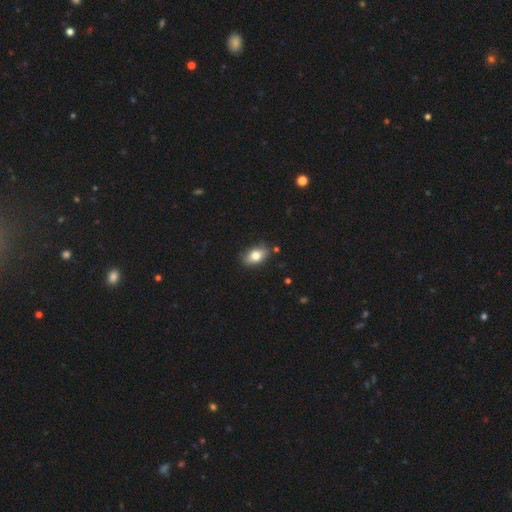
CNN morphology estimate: Smooth or featured: smooth — 78% (featured or disk — 13%)
How rounded: in between — 86% (round — 11%)
Merging: none — 79% (minor disturbance — 16%)